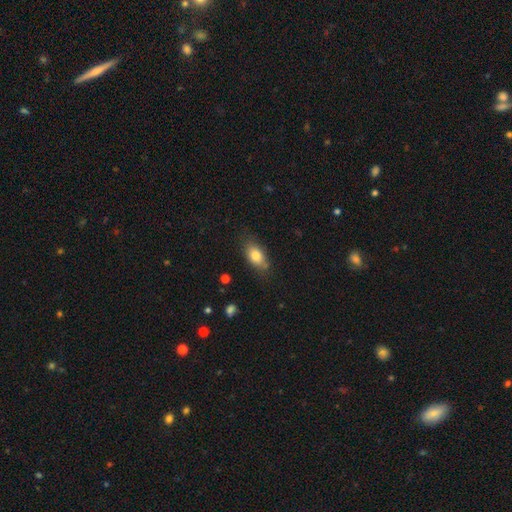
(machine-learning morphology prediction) This appears to be a smooth galaxy with no disk features (80%) that is in between round and cigar-shaped (87%). Merging: none (74%).